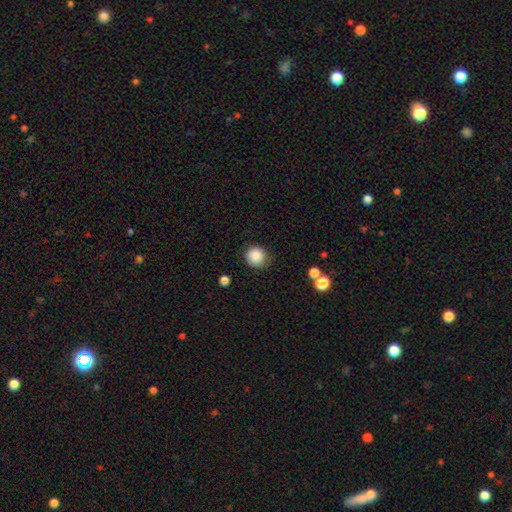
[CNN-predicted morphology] This is clearly a smooth galaxy (87%). How rounded: clearly round (91%). Merging: likely none (79%).